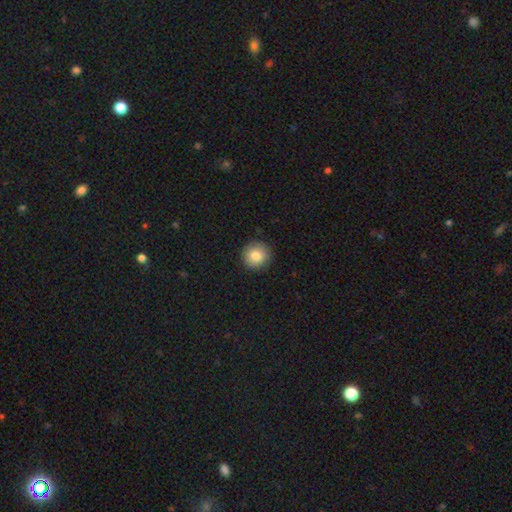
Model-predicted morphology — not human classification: smooth 84%, star or artifact 9%, featured or disk 7%. Down the decision tree: how rounded — round (93%); merging — none (90%).